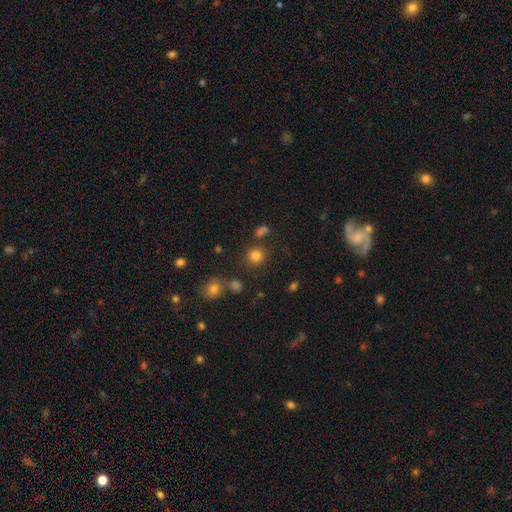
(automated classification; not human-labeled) smooth 80%, star or artifact 14%, featured or disk 5%. Down the decision tree: how rounded — round (89%); merging — none (79%).